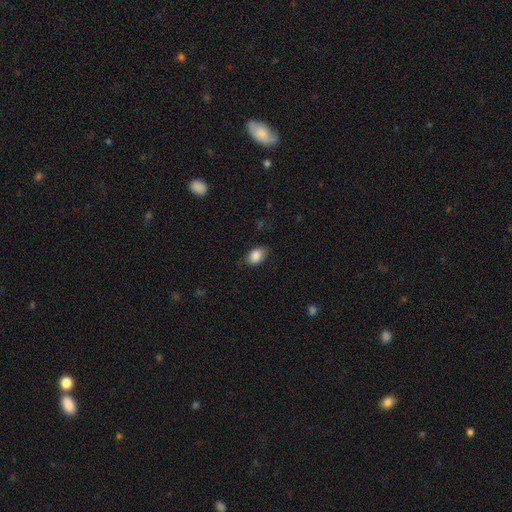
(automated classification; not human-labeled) The model was most divided on "merging": none: 77%, minor disturbance: 18%, major disturbance: 4%, merger: 1%. More confident: smooth or featured — smooth (87%); how rounded — in between (82%).